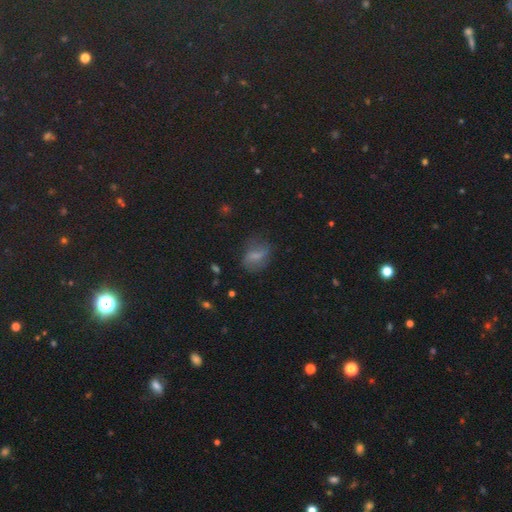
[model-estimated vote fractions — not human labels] This is possibly a smooth galaxy (51%). How rounded: likely in between (62%). Merging: likely none (66%).